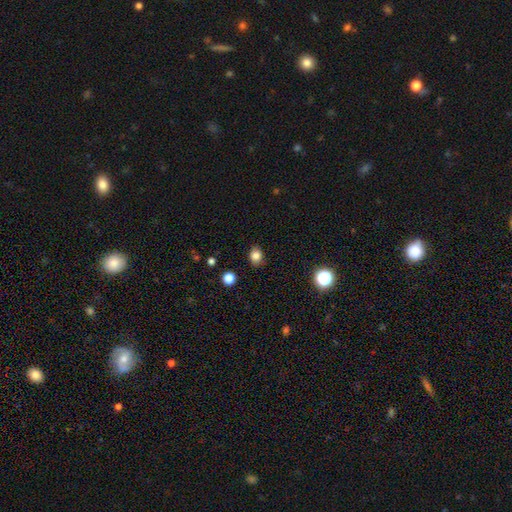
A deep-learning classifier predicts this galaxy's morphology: A smooth galaxy with no disk features (82%) that is round (53%).

Vote fractions:
- Smooth or featured? smooth: 82% / star or artifact: 12% / featured or disk: 5%
- How rounded? round: 53% / in between: 46% / cigar-shaped: 1%
- Merging? none: 87% / minor disturbance: 10% / major disturbance: 2% / merger: 1%